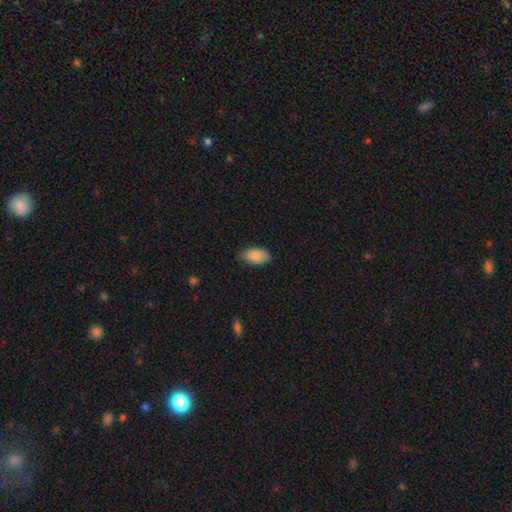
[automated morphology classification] smooth 88%, star or artifact 7%, featured or disk 6%. Down the decision tree: how rounded — in between (94%); merging — none (78%).